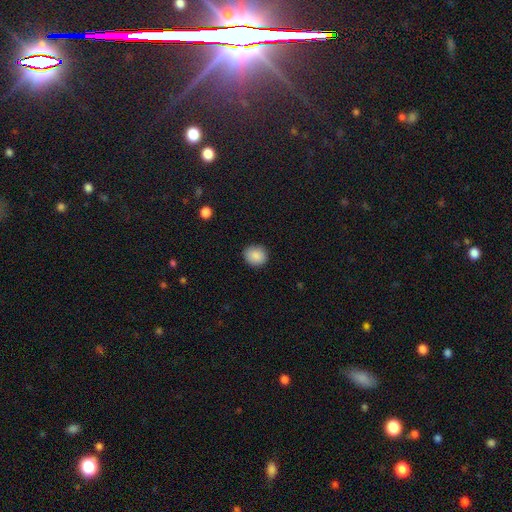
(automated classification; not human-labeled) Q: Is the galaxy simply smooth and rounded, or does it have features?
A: smooth — 88%.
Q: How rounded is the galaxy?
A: round — 81%.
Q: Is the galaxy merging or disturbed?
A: none — 89%.